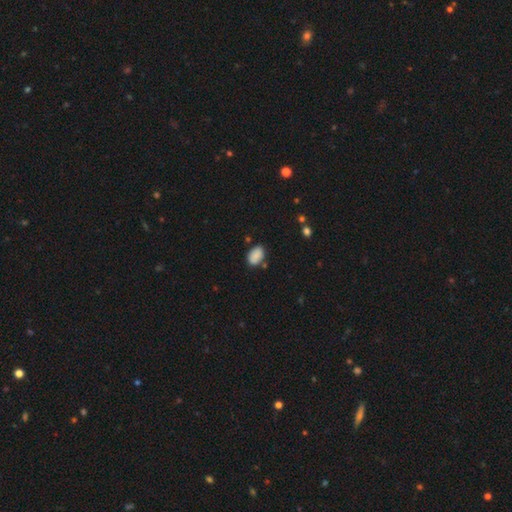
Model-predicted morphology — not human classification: Q: Smooth or featured?
A: smooth (87%); runner-up: star or artifact (8%)
Q: How rounded?
A: in between (89%); runner-up: round (10%)
Q: Merging?
A: none (76%); runner-up: minor disturbance (16%)